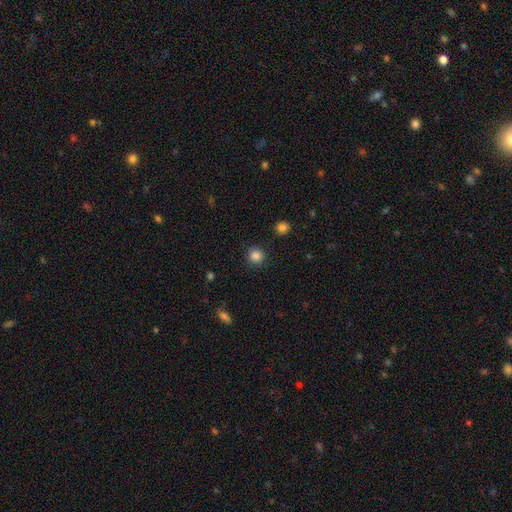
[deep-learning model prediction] A smooth galaxy with no disk features (85%) that is round (92%). Merging: none (90%).